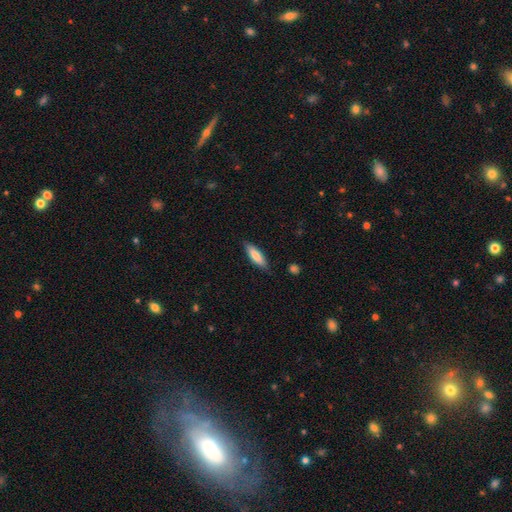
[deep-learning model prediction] The model was most divided on "how rounded": cigar-shaped: 58%, in between: 41%, round: 2%. More confident: merging — none (84%); smooth or featured — smooth (78%).